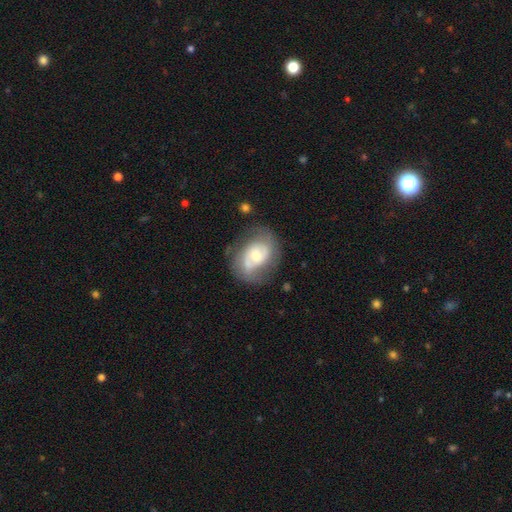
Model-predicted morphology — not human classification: A featured or disk galaxy (68%) with no bar (58%), 2 (72%) medium (46%) spiral arms (84%) and a moderate central bulge (50%).

Vote fractions:
- Smooth or featured? featured or disk: 68% / smooth: 26% / star or artifact: 7%
- Edge-on disk? no: 97% / yes: 3%
- Bar? no: 58% / weak: 35% / strong: 8%
- Spiral arms? yes: 84% / no: 16%
- Spiral winding? medium: 46% / tight: 32% / loose: 23%
- Spiral arm count? 2: 72% / can't tell: 15% / 1: 6% / 3: 3% / 4: 1% / more than 4: 1%
- Bulge size? moderate: 50% / small: 33% / large: 12% / none: 3% / dominant: 2%
- Merging? none: 61% / minor disturbance: 22% / major disturbance: 13% / merger: 4%